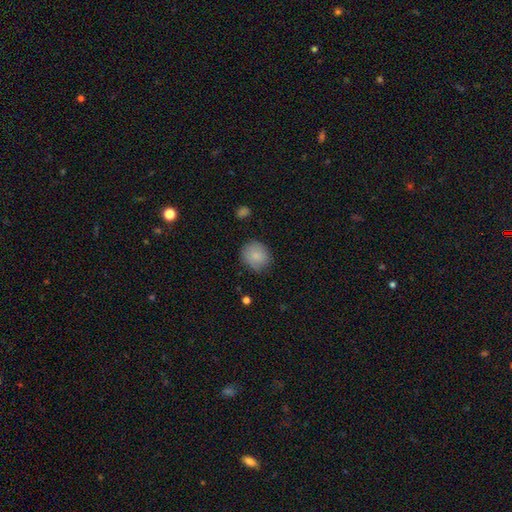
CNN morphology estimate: Smooth or featured?
  - smooth: 85% *
  - star or artifact: 8%
  - featured or disk: 7%
How rounded?
  - round: 80% *
  - in between: 19%
  - cigar-shaped: 1%
Merging?
  - none: 81% *
  - minor disturbance: 15%
  - major disturbance: 3%
  - merger: 1%